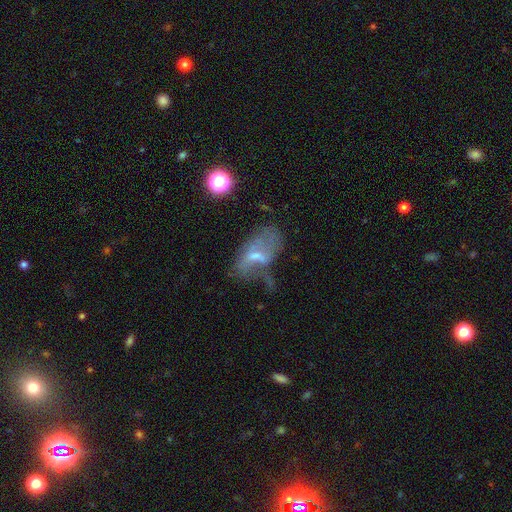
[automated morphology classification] smooth_or_featured: featured or disk (p=0.54) [alt: smooth p=0.33]
disk_edge_on: no (p=0.92) [alt: yes p=0.08]
merging: major disturbance (p=0.35) [alt: none p=0.30]